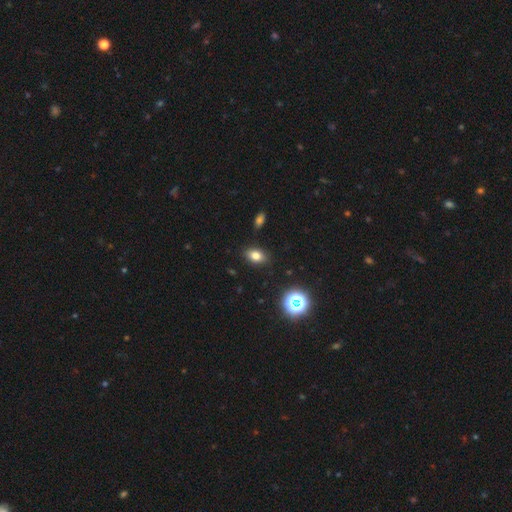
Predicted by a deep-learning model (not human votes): smooth-or-featured: smooth: 78% | star or artifact: 14% | featured or disk: 8%
  how-rounded: in between: 77% | round: 21% | cigar-shaped: 2%
  merging: none: 88% | minor disturbance: 8% | major disturbance: 2% | merger: 1%